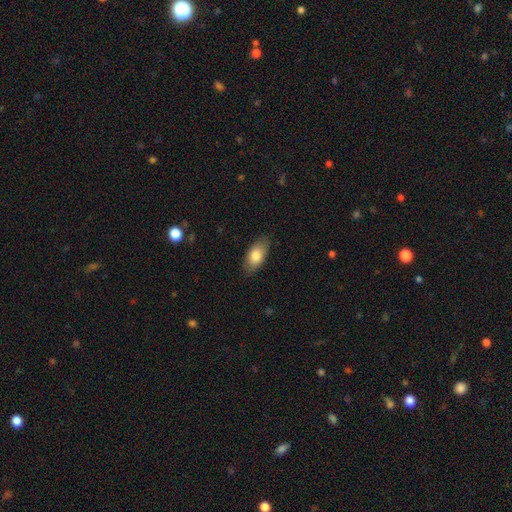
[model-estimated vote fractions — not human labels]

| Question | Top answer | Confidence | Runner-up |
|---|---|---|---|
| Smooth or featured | smooth | 80% | featured or disk (14%) |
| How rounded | in between | 90% | cigar-shaped (6%) |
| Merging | none | 83% | minor disturbance (13%) |